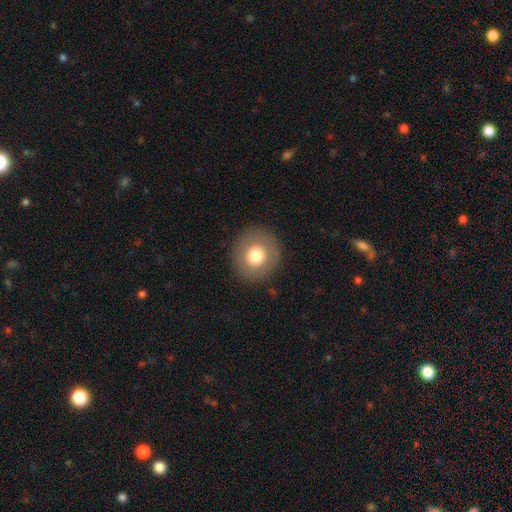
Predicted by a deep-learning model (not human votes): Q: Smooth or featured?
A: smooth (74%); runner-up: featured or disk (17%)
Q: How rounded?
A: round (90%); runner-up: in between (9%)
Q: Merging?
A: none (89%); runner-up: minor disturbance (7%)